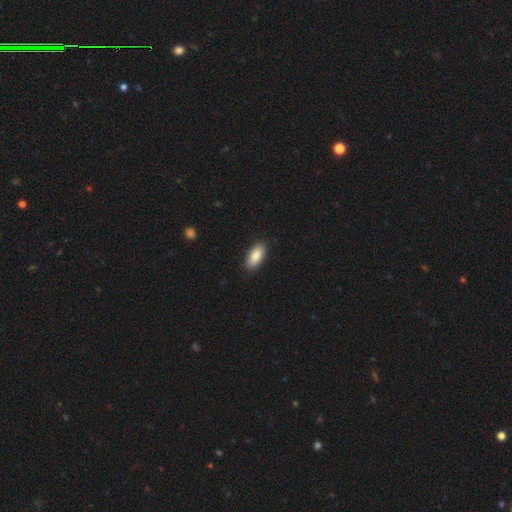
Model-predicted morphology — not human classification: A smooth galaxy with no disk features (88%) that is in between round and cigar-shaped (87%).

Vote fractions:
- Smooth or featured? smooth: 88% / star or artifact: 6% / featured or disk: 6%
- How rounded? in between: 87% / cigar-shaped: 11% / round: 2%
- Merging? none: 89% / minor disturbance: 8% / major disturbance: 2% / merger: 1%